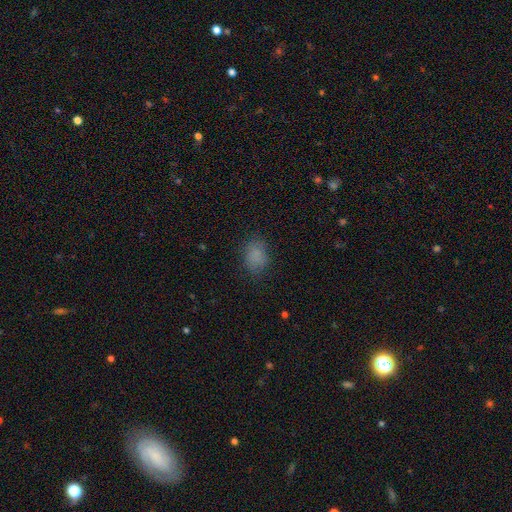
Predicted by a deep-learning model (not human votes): Morphology: type=smooth (82%); roundness=in between (69%); merging=none (77%).